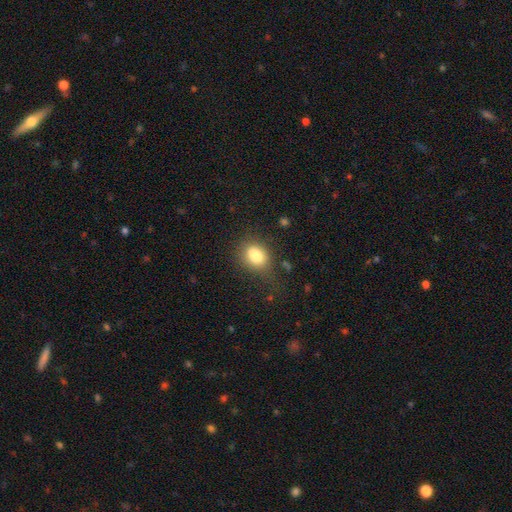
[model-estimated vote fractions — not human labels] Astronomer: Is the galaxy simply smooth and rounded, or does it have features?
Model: smooth — 81%.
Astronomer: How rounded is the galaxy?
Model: in between — 65%.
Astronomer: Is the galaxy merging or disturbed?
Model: none — 62%.